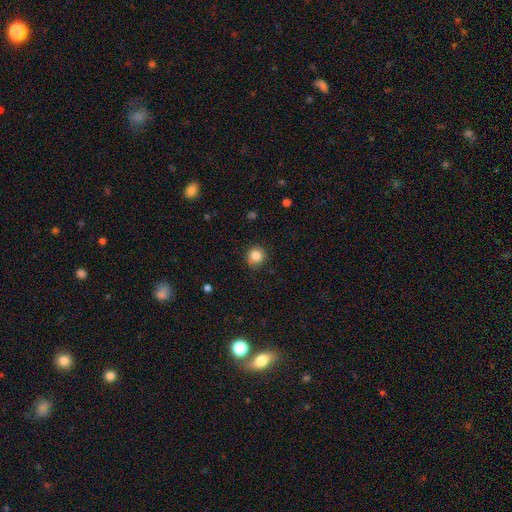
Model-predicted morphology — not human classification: The model was most divided on "merging": none: 84%, minor disturbance: 12%, major disturbance: 3%, merger: 1%. More confident: how rounded — round (91%); smooth or featured — smooth (84%).